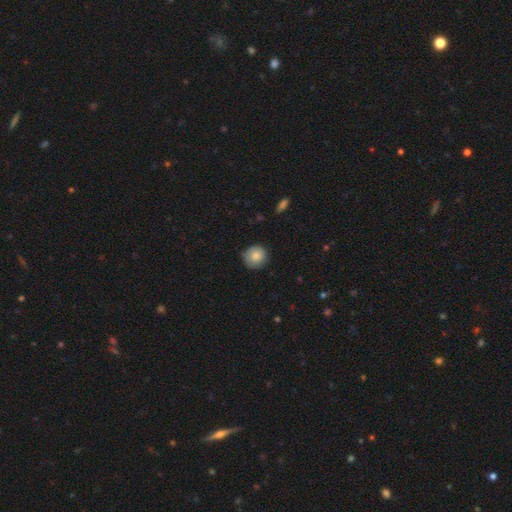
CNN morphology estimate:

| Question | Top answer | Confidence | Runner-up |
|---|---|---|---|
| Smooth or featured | smooth | 82% | featured or disk (10%) |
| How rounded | round | 93% | in between (6%) |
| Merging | none | 82% | minor disturbance (14%) |